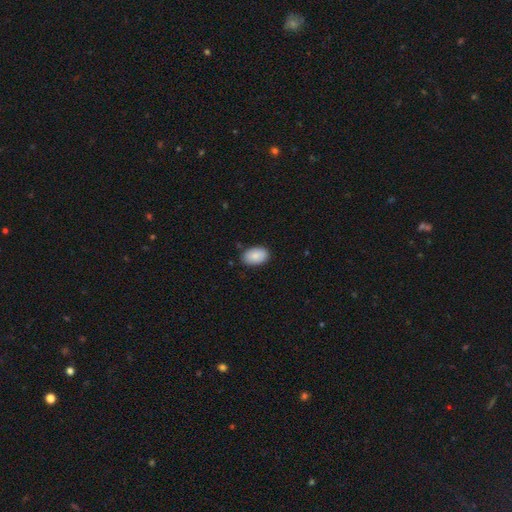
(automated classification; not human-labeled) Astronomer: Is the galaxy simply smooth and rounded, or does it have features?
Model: smooth — 88%.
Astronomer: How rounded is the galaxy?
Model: in between — 91%.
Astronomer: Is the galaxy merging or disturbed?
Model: none — 85%.